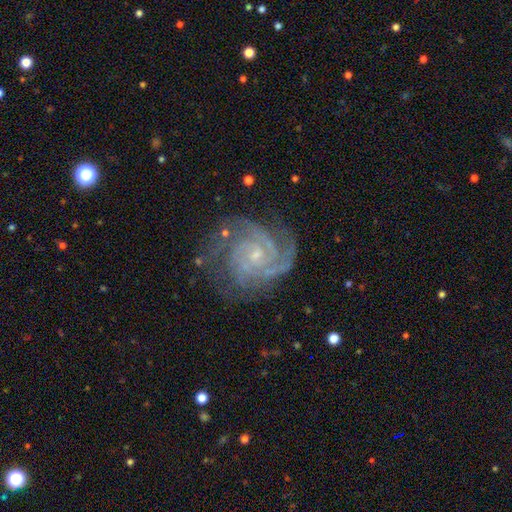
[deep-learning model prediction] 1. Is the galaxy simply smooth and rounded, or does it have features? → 91% featured or disk, 6% star or artifact, 3% smooth.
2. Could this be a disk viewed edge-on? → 98% no, 2% yes.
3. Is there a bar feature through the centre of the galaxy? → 67% no, 26% weak, 7% strong.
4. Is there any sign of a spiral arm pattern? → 98% yes, 2% no.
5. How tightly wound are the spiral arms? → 72% tight, 25% medium, 3% loose.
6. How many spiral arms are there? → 35% 3, 29% 2, 13% 4, 12% can't tell, 6% more than 4, 5% 1.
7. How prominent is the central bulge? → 74% small, 20% moderate, 4% none, 1% large, 1% dominant.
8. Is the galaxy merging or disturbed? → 70% none, 20% minor disturbance, 9% major disturbance, 2% merger.